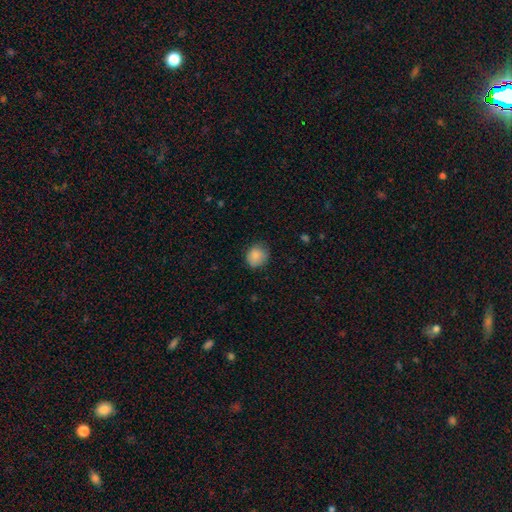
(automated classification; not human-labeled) A smooth galaxy with no disk features (87%) that is round (77%). Merging: none (77%).